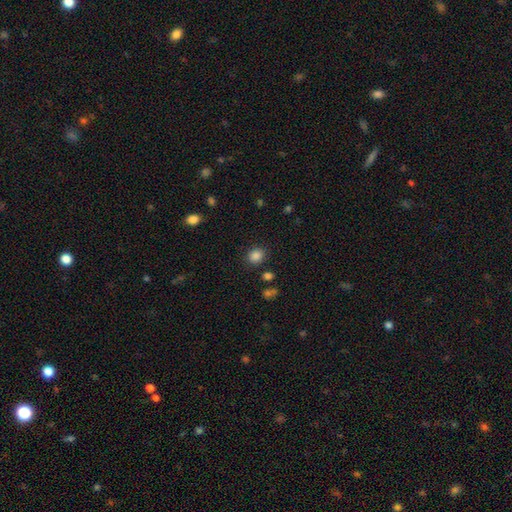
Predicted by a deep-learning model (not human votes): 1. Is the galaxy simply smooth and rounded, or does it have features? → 85% smooth, 11% star or artifact, 4% featured or disk.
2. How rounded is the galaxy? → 72% round, 27% in between, 1% cigar-shaped.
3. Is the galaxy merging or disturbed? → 86% none, 8% minor disturbance, 3% major disturbance, 3% merger.